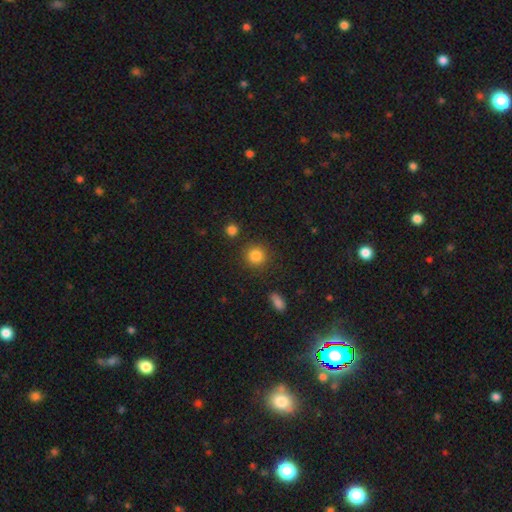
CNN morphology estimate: Smooth or featured? Predicted: smooth (p=0.85). How rounded? Predicted: round (p=0.91). Merging? Predicted: none (p=0.87).